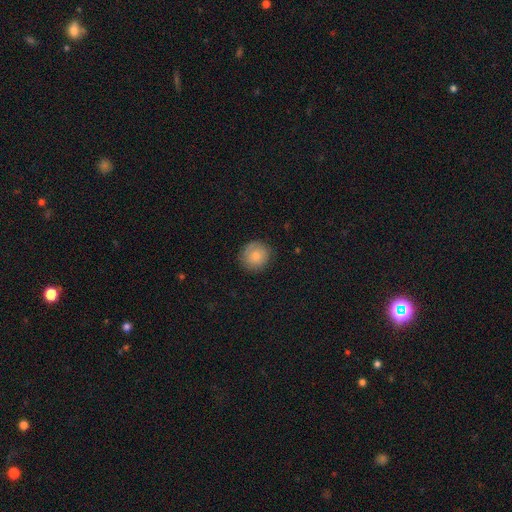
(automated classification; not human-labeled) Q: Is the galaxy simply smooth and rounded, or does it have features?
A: smooth — 78%.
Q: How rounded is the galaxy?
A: round — 93%.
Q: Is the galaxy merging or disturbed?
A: none — 84%.